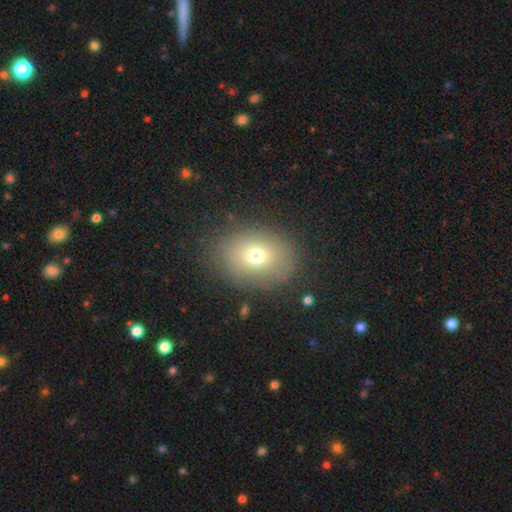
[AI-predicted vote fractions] Morphology: type=smooth (70%); roundness=in between (59%); merging=none (80%).